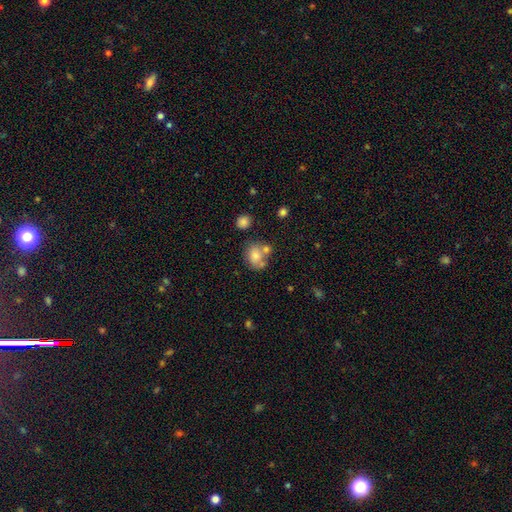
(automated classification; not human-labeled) This appears to be a smooth galaxy with no disk features (73%) that is round (54%). Merging: none (48%).